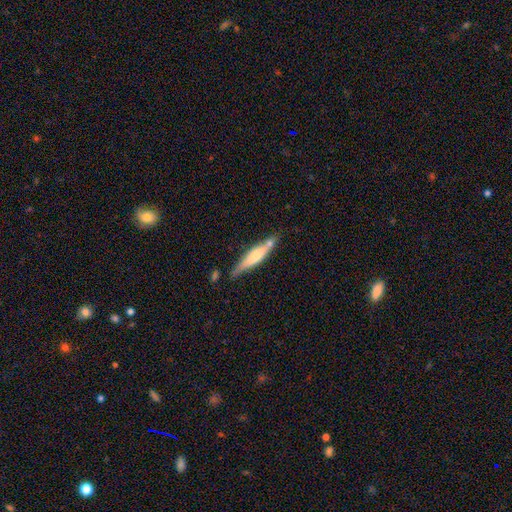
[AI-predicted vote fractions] smooth_or_featured: smooth (p=0.51) [alt: featured or disk p=0.43]
how_rounded: cigar-shaped (p=0.84) [alt: in between p=0.14]
merging: none (p=0.66) [alt: minor disturbance p=0.18]